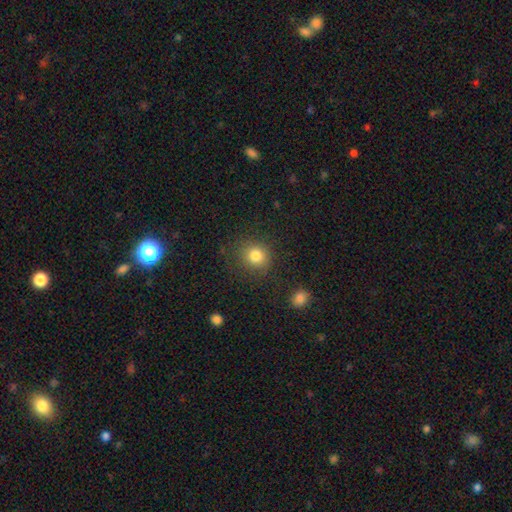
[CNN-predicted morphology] The model was most divided on "how rounded": round: 85%, in between: 14%, cigar-shaped: 1%. More confident: merging — none (83%); smooth or featured — smooth (82%).